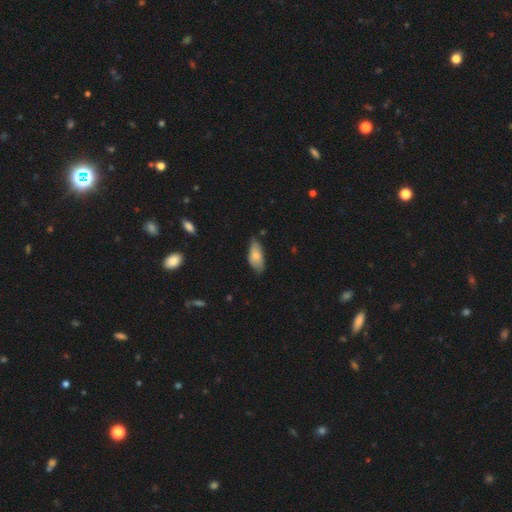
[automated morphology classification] This appears to be a smooth galaxy with no disk features (74%) that is in between round and cigar-shaped (88%). Merging: none (63%).